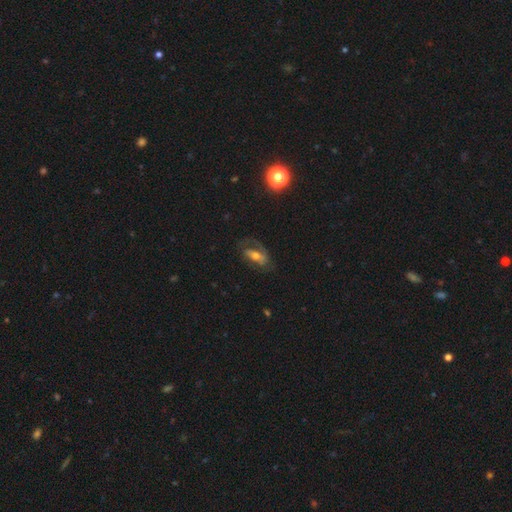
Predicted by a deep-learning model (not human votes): The model was most divided on "bar": no: 43%, weak: 29%, strong: 27%. More confident: edge-on disk — no (90%); spiral arms — yes (72%); bulge size — moderate (61%); smooth or featured — featured or disk (61%); merging — none (52%).